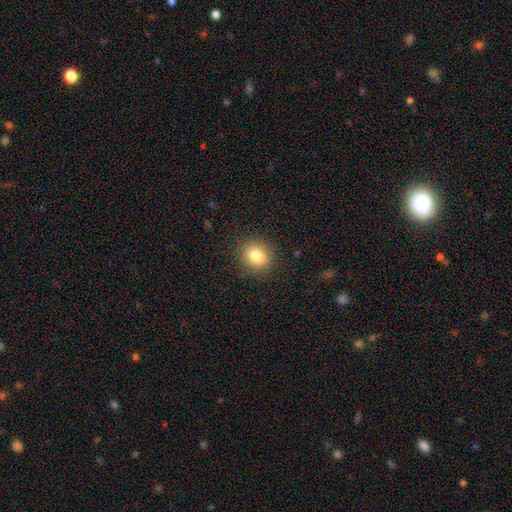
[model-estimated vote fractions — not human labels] Q: Smooth or featured?
A: smooth (82%); runner-up: star or artifact (11%)
Q: How rounded?
A: round (70%); runner-up: in between (29%)
Q: Merging?
A: none (87%); runner-up: minor disturbance (9%)